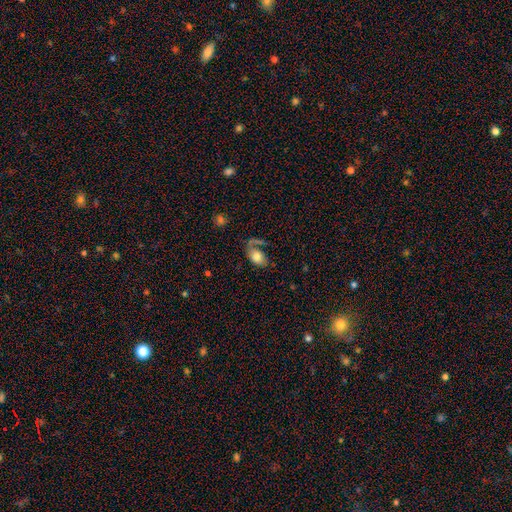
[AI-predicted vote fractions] Smooth or featured? smooth (65%)
How rounded? in between (89%)
Merging? none (41%)